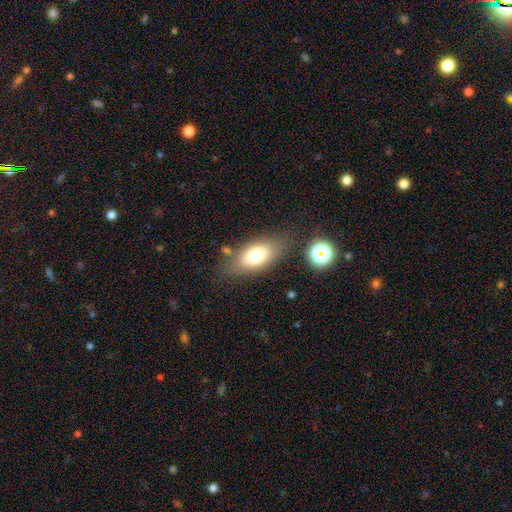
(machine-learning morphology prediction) smooth 75%, featured or disk 16%, star or artifact 9%. Down the decision tree: how rounded — in between (87%); merging — none (73%).